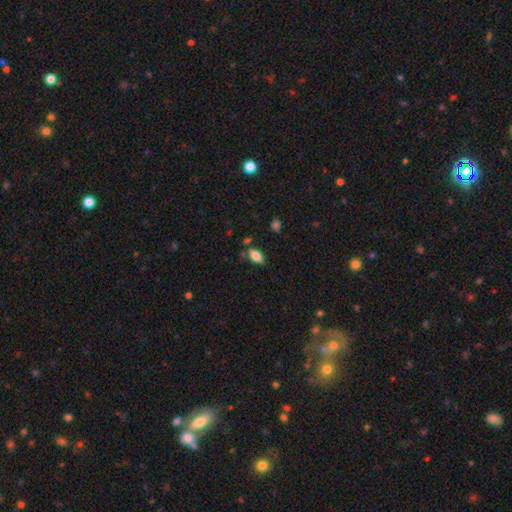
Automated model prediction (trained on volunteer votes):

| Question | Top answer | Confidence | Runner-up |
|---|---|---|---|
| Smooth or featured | smooth | 80% | featured or disk (11%) |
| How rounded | in between | 90% | cigar-shaped (7%) |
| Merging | none | 76% | minor disturbance (15%) |